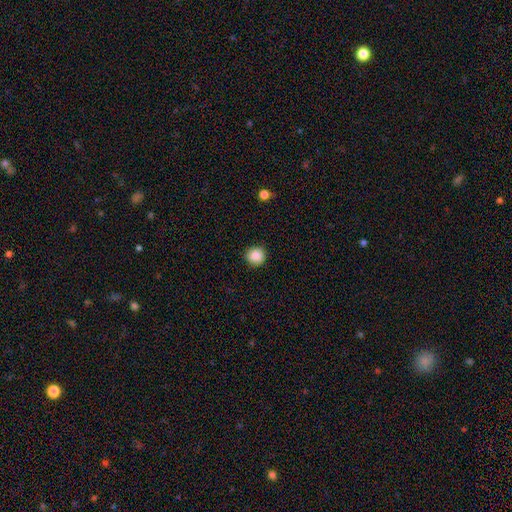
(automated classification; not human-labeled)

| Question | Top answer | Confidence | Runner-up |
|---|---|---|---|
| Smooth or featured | smooth | 87% | star or artifact (9%) |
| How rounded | round | 93% | in between (6%) |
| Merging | none | 91% | minor disturbance (6%) |